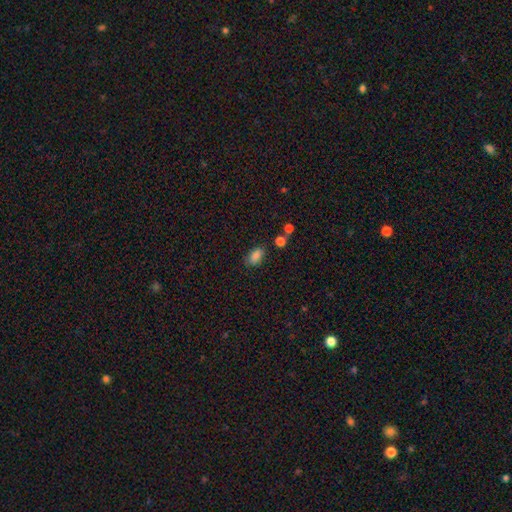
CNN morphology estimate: Q: Smooth or featured?
A: smooth (84%); runner-up: star or artifact (10%)
Q: How rounded?
A: in between (88%); runner-up: round (8%)
Q: Merging?
A: none (70%); runner-up: minor disturbance (18%)